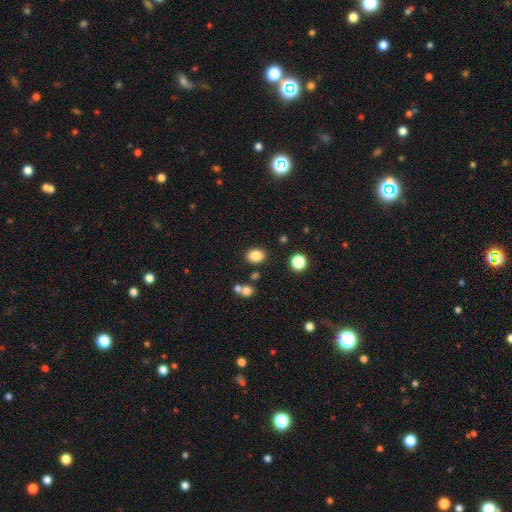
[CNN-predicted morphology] This appears to be a smooth galaxy with no disk features (84%) that is in between round and cigar-shaped (65%). Merging: none (83%).